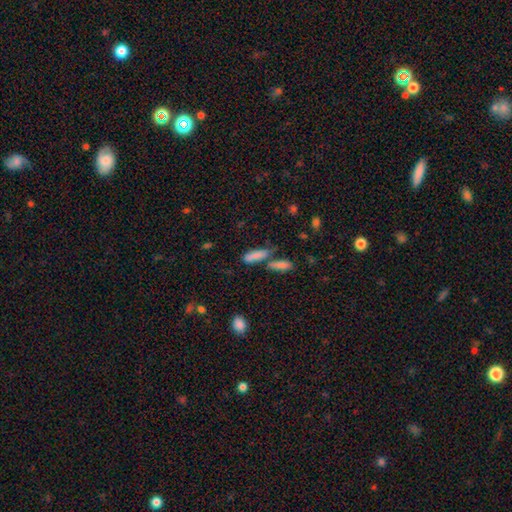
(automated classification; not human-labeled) This is likely a smooth galaxy (79%). How rounded: possibly cigar-shaped (50%). Merging: possibly none (45%).